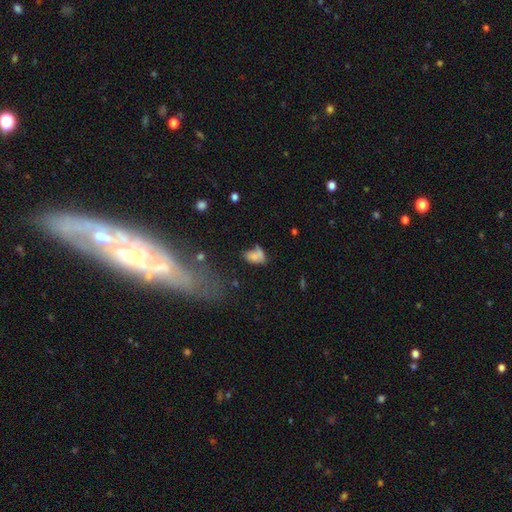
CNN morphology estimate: A smooth galaxy with no disk features (68%) that is in between round and cigar-shaped (86%). Merging: none (34%).